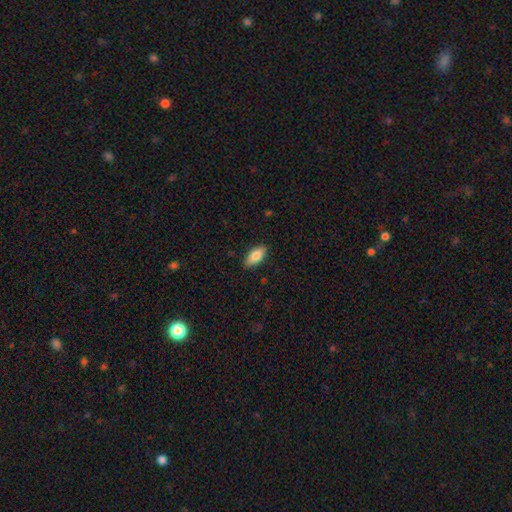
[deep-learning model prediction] Q: Smooth or featured?
A: smooth (83%); runner-up: featured or disk (10%)
Q: How rounded?
A: in between (88%); runner-up: cigar-shaped (9%)
Q: Merging?
A: none (88%); runner-up: minor disturbance (9%)